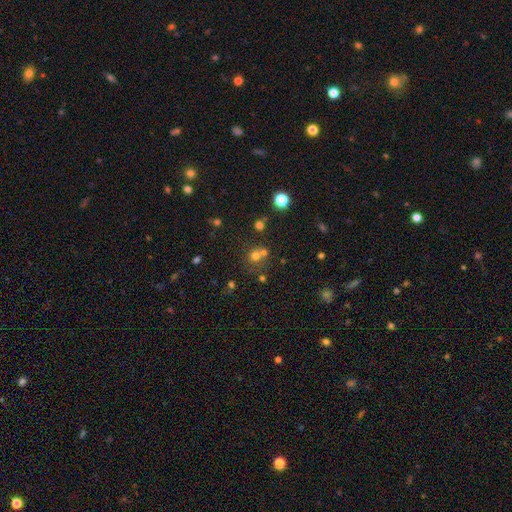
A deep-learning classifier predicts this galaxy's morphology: Smooth or featured? smooth (64%)
How rounded? round (85%)
Merging? none (52%)